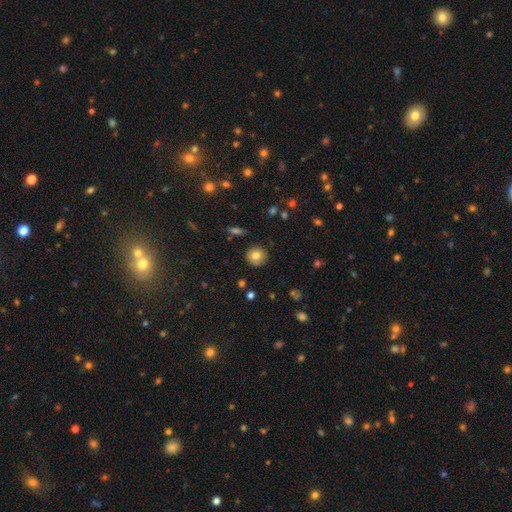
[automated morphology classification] Smooth or featured? smooth (78%)
How rounded? round (93%)
Merging? none (88%)